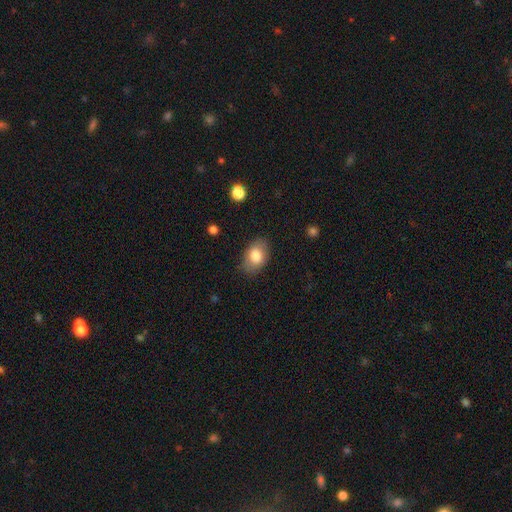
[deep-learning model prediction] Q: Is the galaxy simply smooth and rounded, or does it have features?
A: smooth — 81%.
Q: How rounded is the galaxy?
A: in between — 85%.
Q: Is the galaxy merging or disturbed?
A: none — 82%.